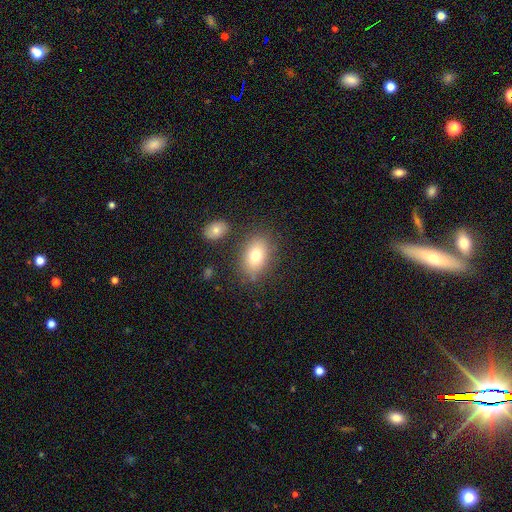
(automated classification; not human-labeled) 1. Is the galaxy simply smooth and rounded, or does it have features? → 77% smooth, 14% featured or disk, 10% star or artifact.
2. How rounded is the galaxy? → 82% in between, 17% round, 2% cigar-shaped.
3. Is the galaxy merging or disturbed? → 79% none, 12% minor disturbance, 6% merger, 4% major disturbance.